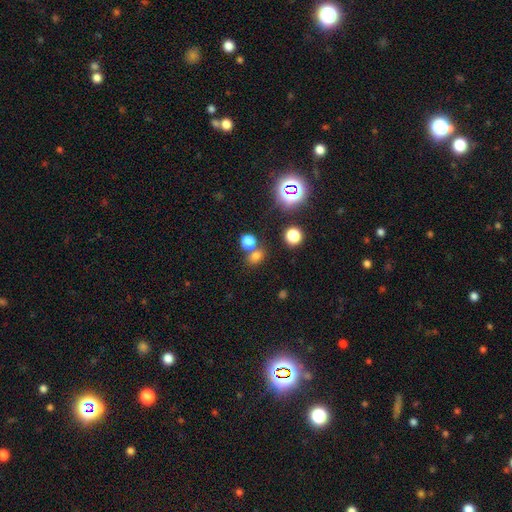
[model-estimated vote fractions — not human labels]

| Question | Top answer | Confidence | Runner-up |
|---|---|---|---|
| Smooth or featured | smooth | 69% | star or artifact (24%) |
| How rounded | round | 51% | in between (47%) |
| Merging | none | 62% | merger (25%) |